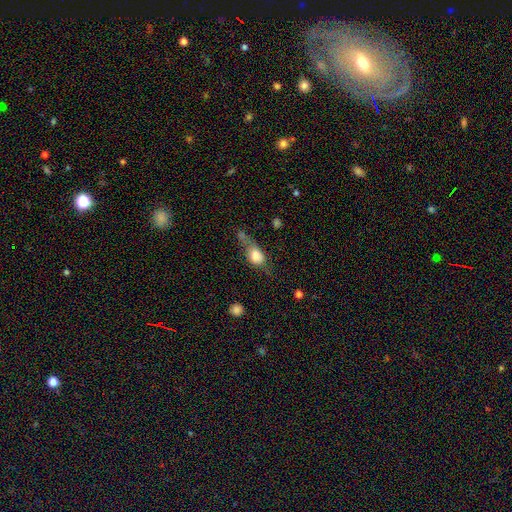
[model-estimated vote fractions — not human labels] This is likely a smooth galaxy (68%). How rounded: likely in between (63%). Merging: marginally major disturbance (29%).